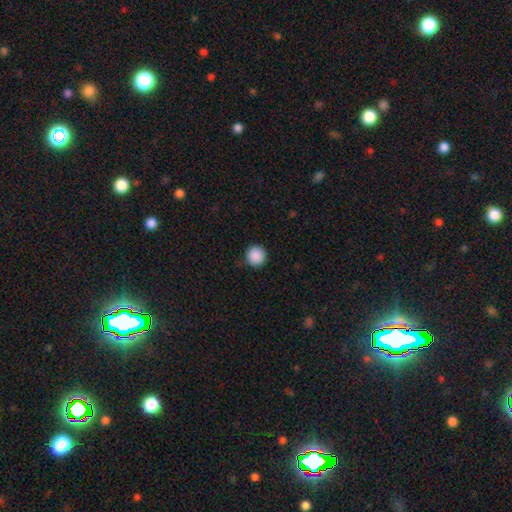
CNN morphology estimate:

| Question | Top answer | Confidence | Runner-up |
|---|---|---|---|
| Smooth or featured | smooth | 89% | star or artifact (9%) |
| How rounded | round | 96% | in between (3%) |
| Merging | none | 91% | minor disturbance (6%) |